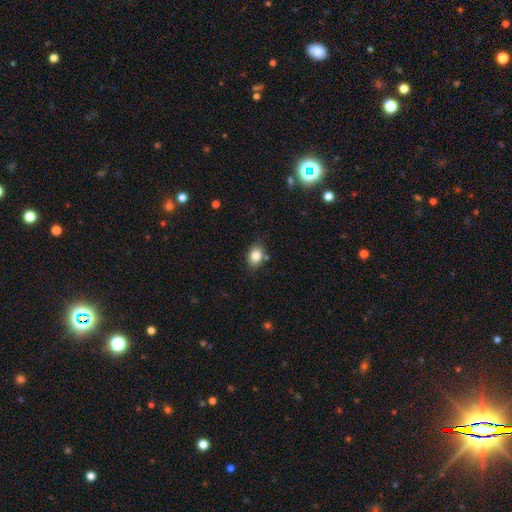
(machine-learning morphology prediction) Q: Smooth or featured?
A: smooth (83%); runner-up: star or artifact (10%)
Q: How rounded?
A: in between (67%); runner-up: round (32%)
Q: Merging?
A: none (81%); runner-up: minor disturbance (13%)